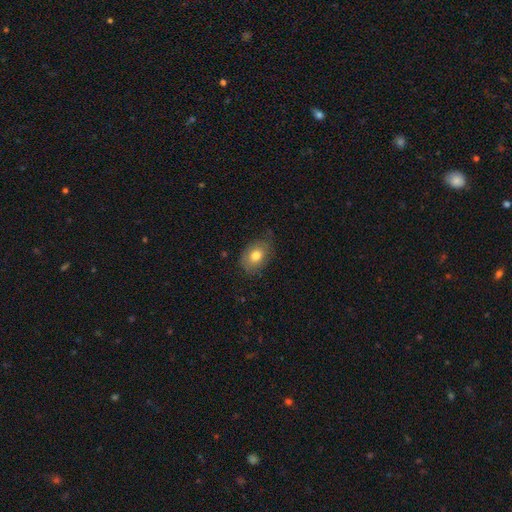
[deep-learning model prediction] The model was most divided on "merging": none: 67%, minor disturbance: 25%, major disturbance: 6%, merger: 1%. More confident: smooth or featured — smooth (77%); how rounded — in between (77%).